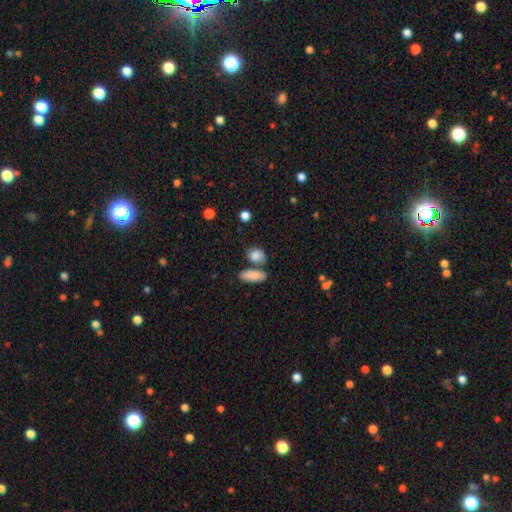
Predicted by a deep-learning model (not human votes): smooth_or_featured: smooth (p=0.83) [alt: featured or disk p=0.09]
how_rounded: in between (p=0.64) [alt: round p=0.32]
merging: none (p=0.54) [alt: merger p=0.24]